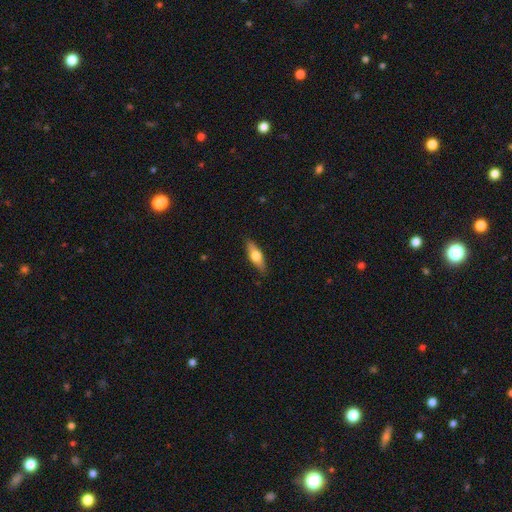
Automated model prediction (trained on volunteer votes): This is possibly a smooth galaxy (57%). How rounded: possibly in between (55%). Merging: clearly none (86%).